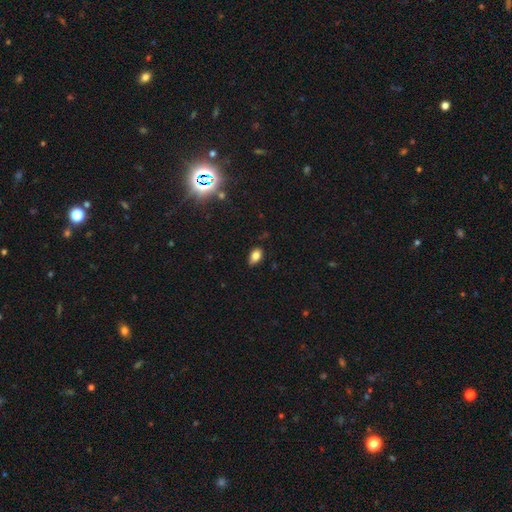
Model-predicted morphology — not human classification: The model was most divided on "merging": none: 80%, minor disturbance: 16%, major disturbance: 3%, merger: 1%. More confident: how rounded — in between (88%); smooth or featured — smooth (79%).